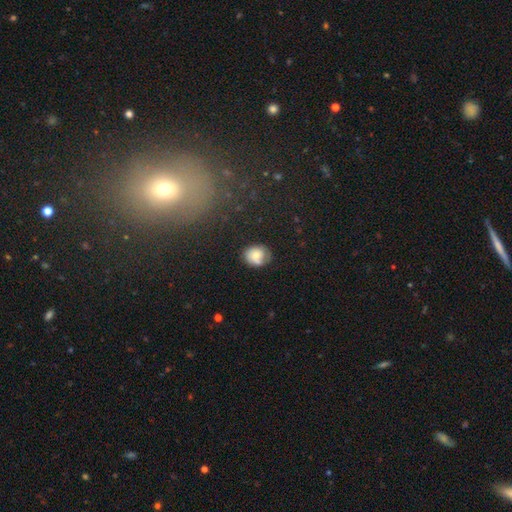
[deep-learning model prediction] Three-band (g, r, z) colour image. It shows a smooth galaxy with no disk features (65%) that is round (60%). Merging: none (63%).